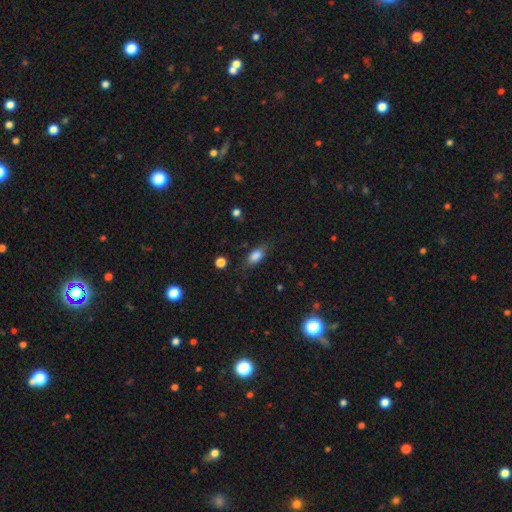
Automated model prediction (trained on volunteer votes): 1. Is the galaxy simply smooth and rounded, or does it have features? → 80% smooth, 11% featured or disk, 9% star or artifact.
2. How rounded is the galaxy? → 82% in between, 12% cigar-shaped, 6% round.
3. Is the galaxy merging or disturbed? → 73% none, 19% minor disturbance, 6% major disturbance, 2% merger.